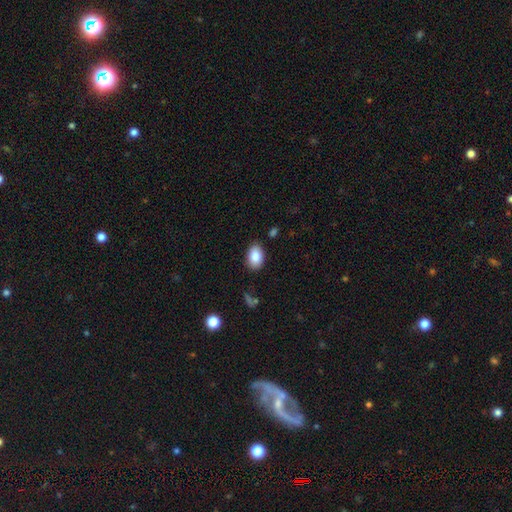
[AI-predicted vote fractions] Smooth or featured: smooth — 86% (star or artifact — 7%)
How rounded: in between — 86% (round — 13%)
Merging: none — 85% (minor disturbance — 11%)